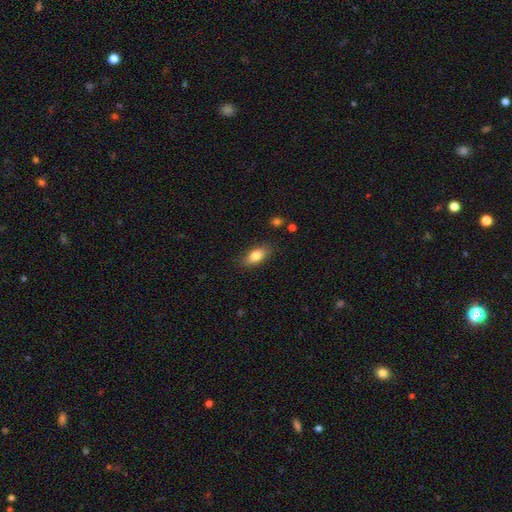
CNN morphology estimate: Smooth or featured: smooth — 82% (featured or disk — 11%)
How rounded: in between — 85% (cigar-shaped — 10%)
Merging: none — 84% (minor disturbance — 12%)